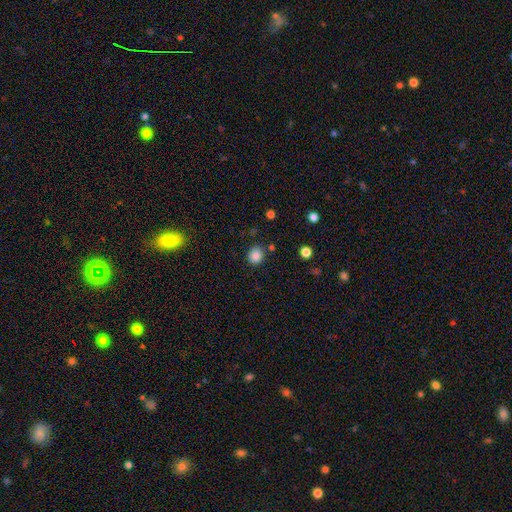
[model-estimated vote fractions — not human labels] smooth-or-featured: smooth: 85% | star or artifact: 11% | featured or disk: 4%
  how-rounded: round: 77% | in between: 22% | cigar-shaped: 1%
  merging: none: 84% | minor disturbance: 9% | merger: 4% | major disturbance: 3%